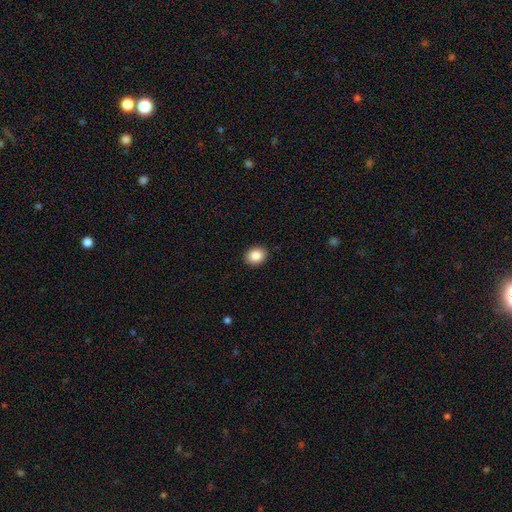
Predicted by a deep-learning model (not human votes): The model was most divided on "how rounded": round: 57%, in between: 42%, cigar-shaped: 1%. More confident: merging — none (91%); smooth or featured — smooth (86%).